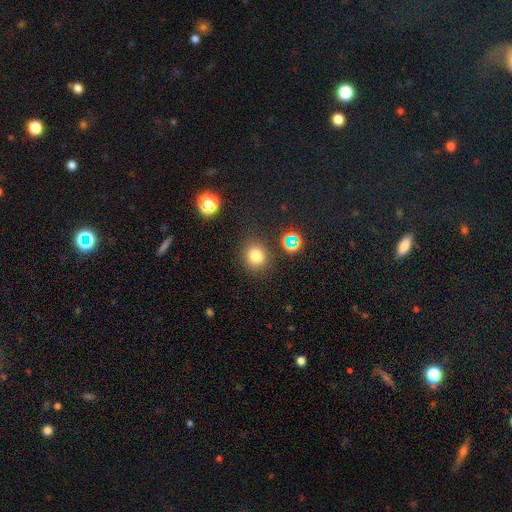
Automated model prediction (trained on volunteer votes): This is likely a smooth galaxy (76%). How rounded: likely round (73%). Merging: clearly none (81%).